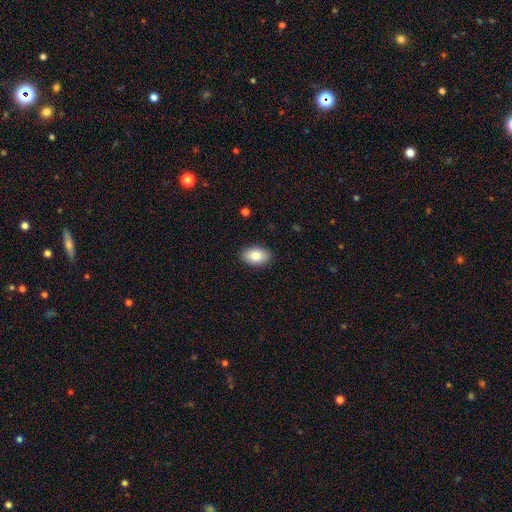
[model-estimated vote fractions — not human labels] Overall: smooth (84%). How rounded: in between (91%). Merging: none (89%).